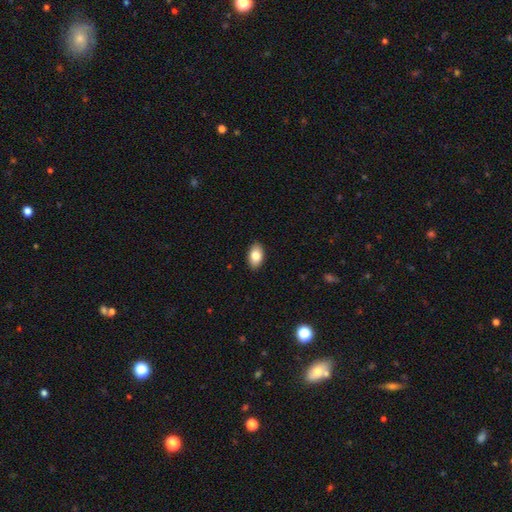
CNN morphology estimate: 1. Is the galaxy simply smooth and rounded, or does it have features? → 82% smooth, 11% featured or disk, 7% star or artifact.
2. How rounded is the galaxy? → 91% in between, 7% round, 2% cigar-shaped.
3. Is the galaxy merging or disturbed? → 90% none, 8% minor disturbance, 2% major disturbance, 1% merger.